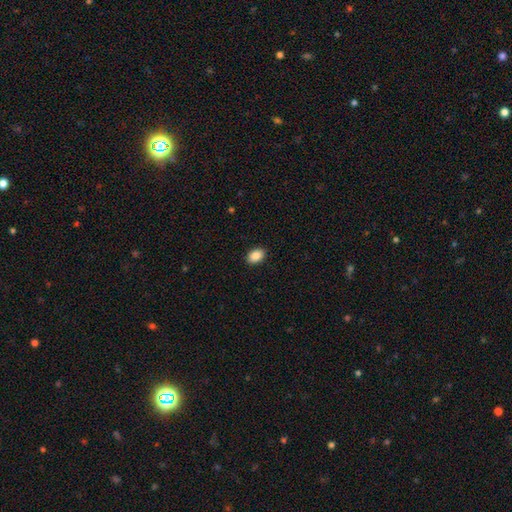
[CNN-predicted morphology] smooth_or_featured: smooth (p=0.89) [alt: star or artifact p=0.08]
how_rounded: in between (p=0.84) [alt: round p=0.15]
merging: none (p=0.90) [alt: minor disturbance p=0.07]